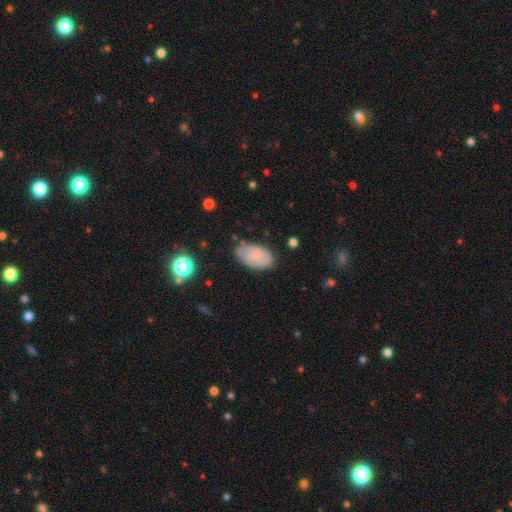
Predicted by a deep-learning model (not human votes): Smooth or featured?
  - smooth: 61% *
  - featured or disk: 29%
  - star or artifact: 9%
How rounded?
  - in between: 93% *
  - round: 5%
  - cigar-shaped: 2%
Merging?
  - none: 72% *
  - minor disturbance: 21%
  - major disturbance: 5%
  - merger: 2%